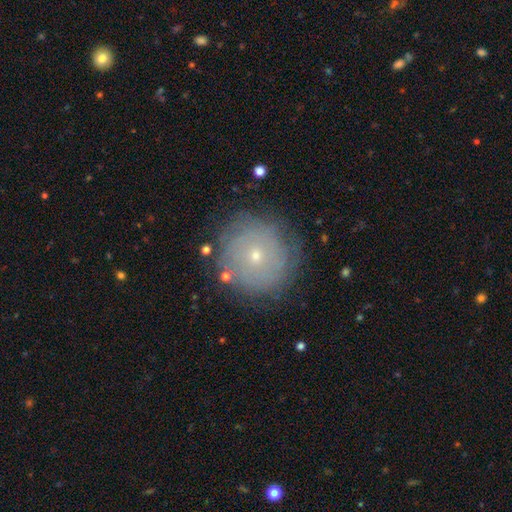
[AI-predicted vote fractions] This is possibly a featured or disk galaxy (52%). It is clearly not viewed edge-on (96%). Bar: clearly no (87%). Spiral arm pattern: likely yes (67%). Central bulge: likely small (73%). Merging: clearly none (82%).